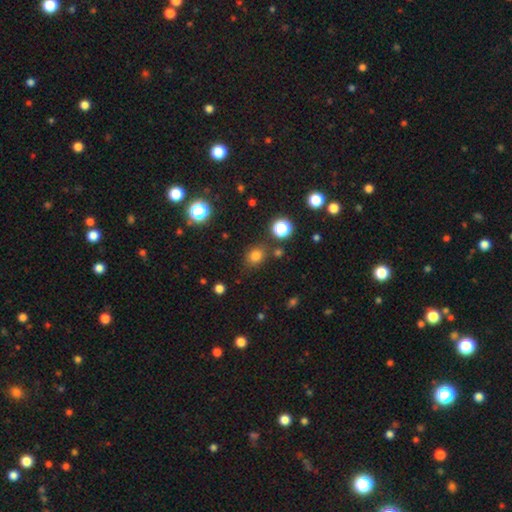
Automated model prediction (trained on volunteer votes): Morphology: type=smooth (76%); roundness=round (69%); merging=none (79%).